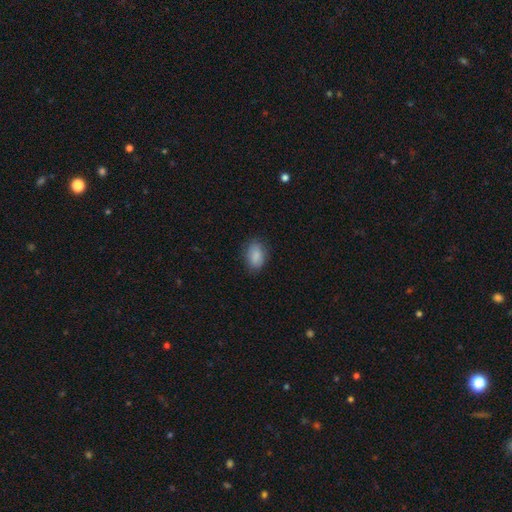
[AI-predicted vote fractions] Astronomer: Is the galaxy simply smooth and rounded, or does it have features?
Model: smooth — 88%.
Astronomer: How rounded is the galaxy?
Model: in between — 87%.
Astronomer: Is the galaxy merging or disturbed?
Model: none — 81%.